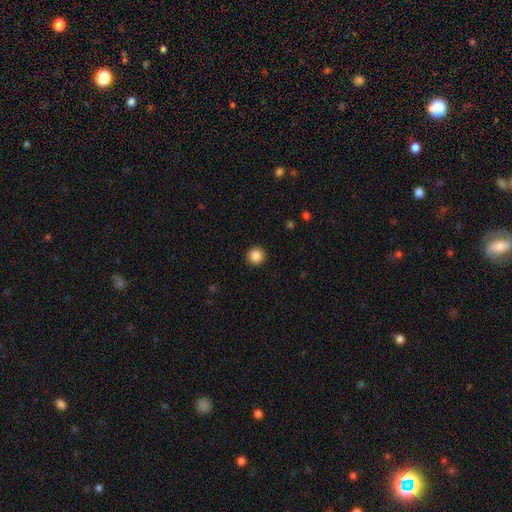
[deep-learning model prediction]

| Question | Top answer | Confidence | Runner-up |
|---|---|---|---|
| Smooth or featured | smooth | 87% | star or artifact (10%) |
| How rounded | round | 92% | in between (7%) |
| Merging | none | 93% | minor disturbance (5%) |